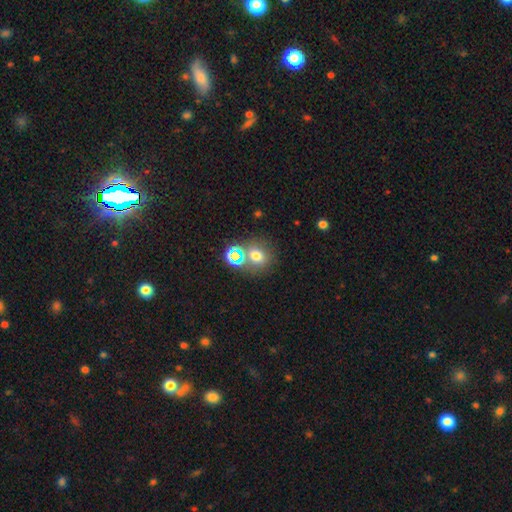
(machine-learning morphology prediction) smooth_or_featured: smooth (p=0.63) [alt: star or artifact p=0.26]
how_rounded: round (p=0.75) [alt: in between p=0.24]
merging: none (p=0.63) [alt: merger p=0.22]